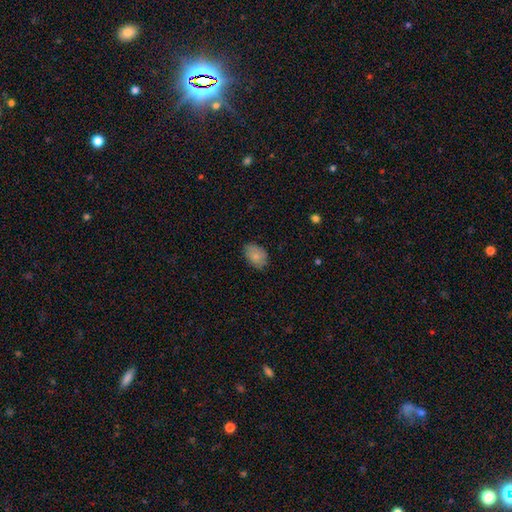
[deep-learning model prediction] This is clearly a smooth galaxy (82%). How rounded: clearly in between (83%). Merging: likely none (76%).